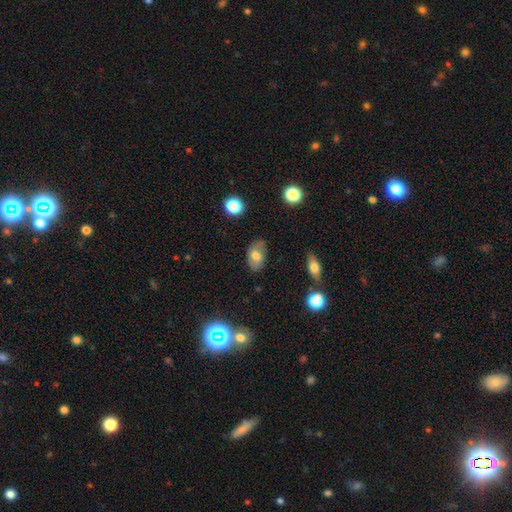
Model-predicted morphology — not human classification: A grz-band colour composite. It shows a smooth galaxy with no disk features (64%) that is in between round and cigar-shaped (90%). Merging: none (75%).